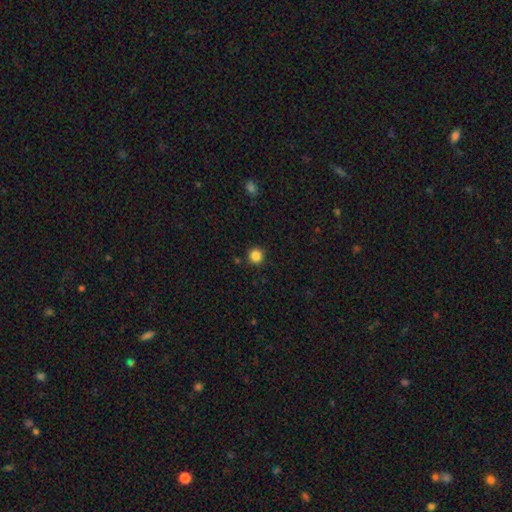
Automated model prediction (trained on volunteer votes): Overall: smooth (85%). How rounded: round (95%). Merging: none (91%).